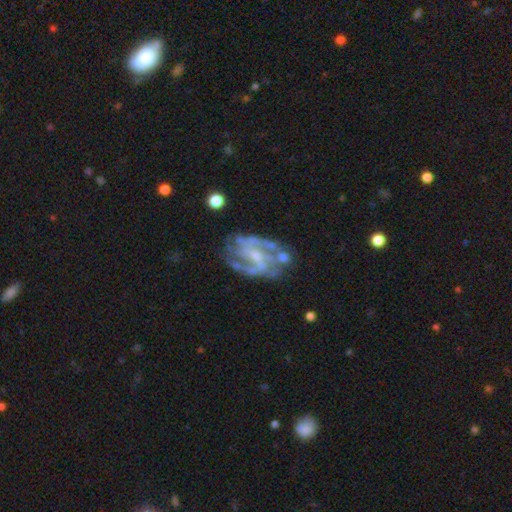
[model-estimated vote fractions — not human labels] smooth_or_featured: featured or disk (p=0.87) [alt: star or artifact p=0.07]
disk_edge_on: no (p=0.97) [alt: yes p=0.03]
bar: weak (p=0.45) [alt: no p=0.32]
has_spiral_arms: yes (p=0.92) [alt: no p=0.08]
spiral_winding: medium (p=0.49) [alt: tight p=0.30]
spiral_arm_count: 2 (p=0.52) [alt: can't tell p=0.18]
bulge_size: small (p=0.63) [alt: moderate p=0.25]
merging: none (p=0.62) [alt: minor disturbance p=0.19]